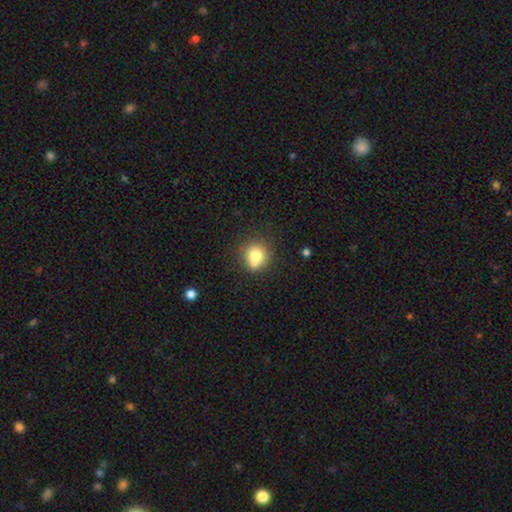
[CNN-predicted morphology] smooth_or_featured: smooth (p=0.74) [alt: featured or disk p=0.15]
how_rounded: round (p=0.85) [alt: in between p=0.14]
merging: none (p=0.57) [alt: merger p=0.22]